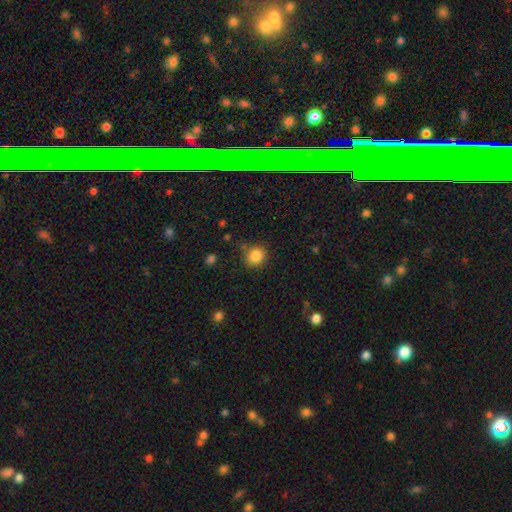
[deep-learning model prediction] Smooth or featured: smooth — 85% (star or artifact — 11%)
How rounded: round — 84% (in between — 15%)
Merging: none — 82% (minor disturbance — 11%)